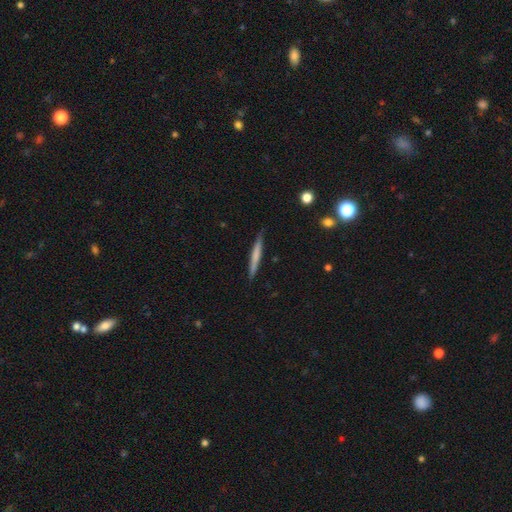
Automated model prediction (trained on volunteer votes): Smooth or featured: smooth — 56% (featured or disk — 38%)
How rounded: cigar-shaped — 96% (in between — 3%)
Merging: none — 88% (minor disturbance — 9%)